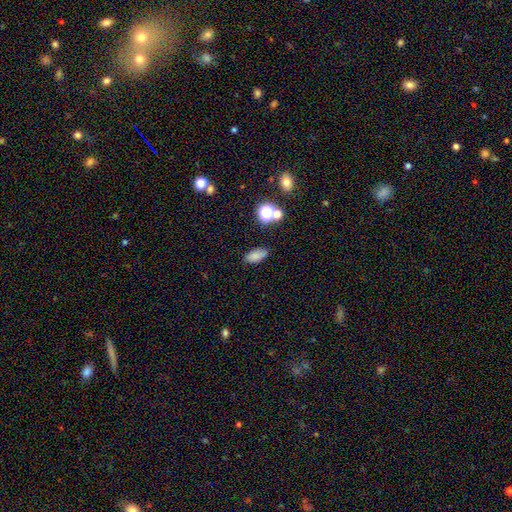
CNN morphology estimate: smooth-or-featured: smooth: 79% | star or artifact: 13% | featured or disk: 8%
  how-rounded: in between: 84% | cigar-shaped: 9% | round: 6%
  merging: none: 81% | minor disturbance: 12% | major disturbance: 3% | merger: 3%